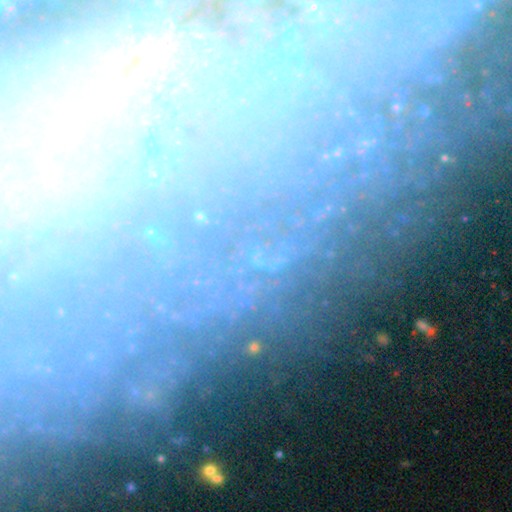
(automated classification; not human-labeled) Morphology: type=star or artifact (53%).